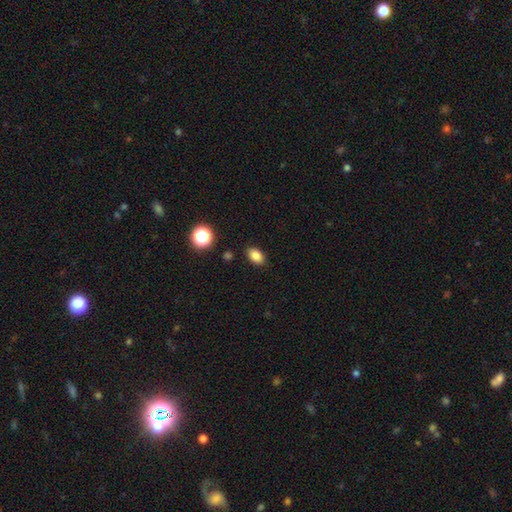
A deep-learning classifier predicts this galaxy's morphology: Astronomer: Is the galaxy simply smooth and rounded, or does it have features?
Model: smooth — 84%.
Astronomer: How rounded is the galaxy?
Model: in between — 85%.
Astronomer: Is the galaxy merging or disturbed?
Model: none — 88%.